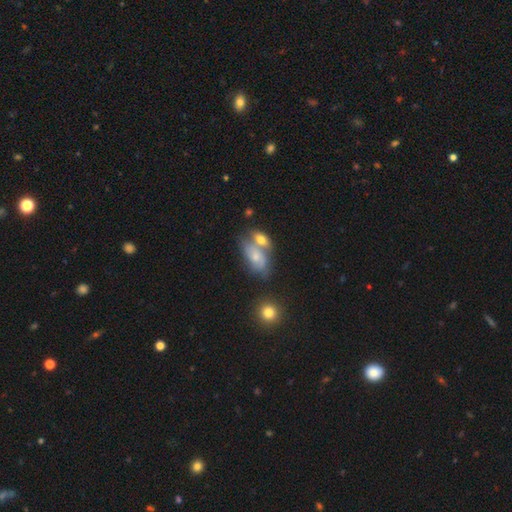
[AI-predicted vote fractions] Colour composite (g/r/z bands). It shows a smooth galaxy with no disk features (49%). Merging: merger (45%).